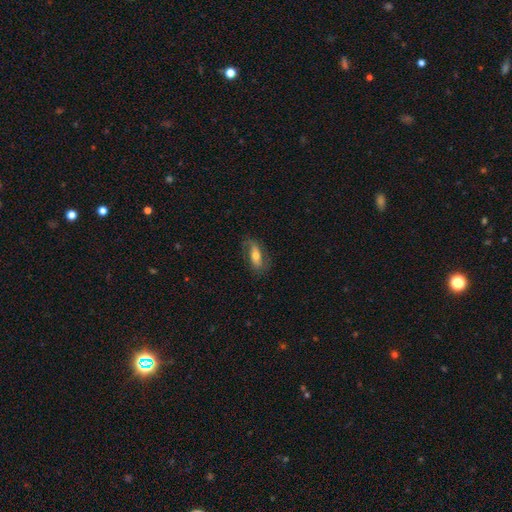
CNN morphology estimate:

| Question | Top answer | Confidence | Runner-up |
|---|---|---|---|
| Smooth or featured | featured or disk | 50% | smooth (43%) |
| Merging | none | 70% | minor disturbance (20%) |